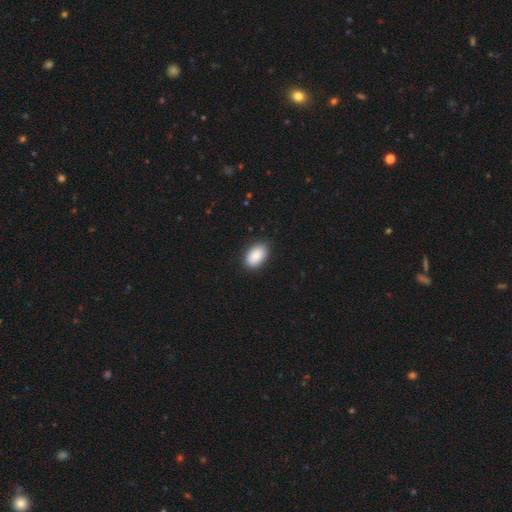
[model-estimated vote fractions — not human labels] Smooth or featured? smooth (89%)
How rounded? in between (92%)
Merging? none (87%)